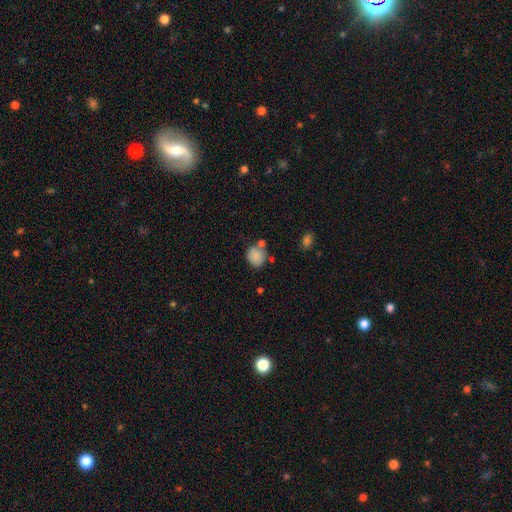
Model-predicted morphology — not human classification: type=smooth (86%); roundness=round (70%); merging=none (64%).